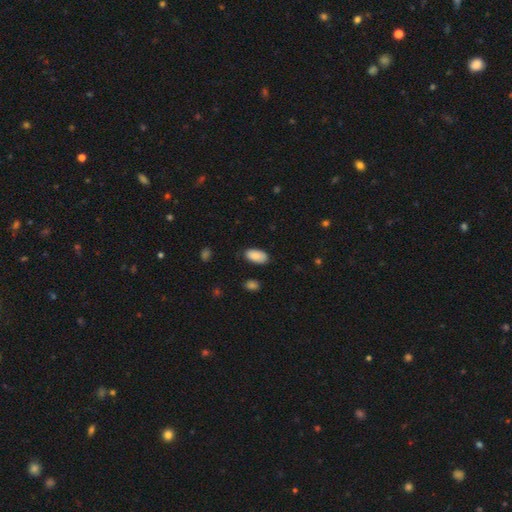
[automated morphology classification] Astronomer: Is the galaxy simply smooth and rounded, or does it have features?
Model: smooth — 88%.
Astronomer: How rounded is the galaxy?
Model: in between — 95%.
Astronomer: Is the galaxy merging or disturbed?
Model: none — 82%.